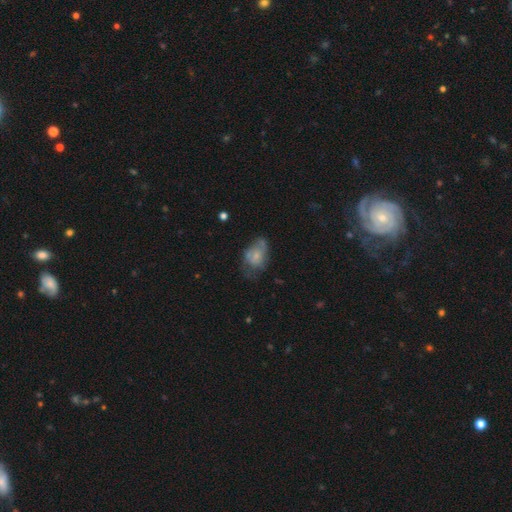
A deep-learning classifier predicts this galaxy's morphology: Smooth or featured? smooth (55%)
How rounded? in between (82%)
Merging? none (32%)